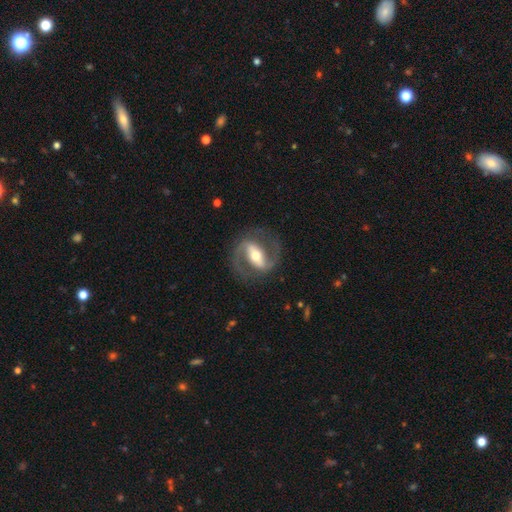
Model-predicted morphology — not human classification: Smooth or featured? featured or disk (86%)
Edge-on disk? no (95%)
Bar? strong (61%)
Spiral arms? yes (91%)
Spiral winding? medium (56%)
Spiral arm count? 2 (91%)
Bulge size? moderate (68%)
Merging? none (79%)